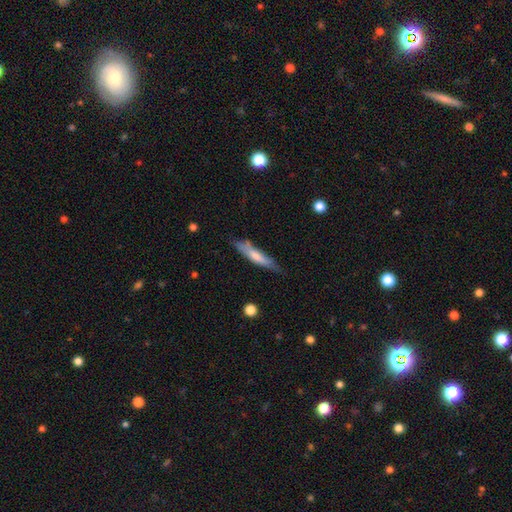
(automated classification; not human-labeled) Q: Smooth or featured?
A: smooth (64%); runner-up: featured or disk (30%)
Q: How rounded?
A: cigar-shaped (83%); runner-up: in between (15%)
Q: Merging?
A: none (60%); runner-up: minor disturbance (28%)